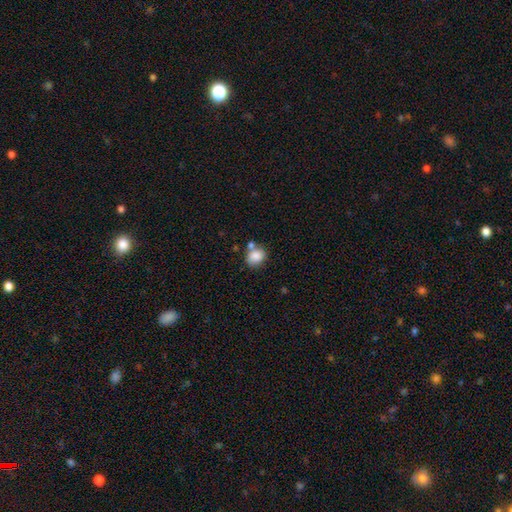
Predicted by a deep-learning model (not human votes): smooth-or-featured: smooth: 83% | star or artifact: 9% | featured or disk: 8%
  how-rounded: round: 62% | in between: 37% | cigar-shaped: 1%
  merging: none: 54% | merger: 23% | minor disturbance: 17% | major disturbance: 5%